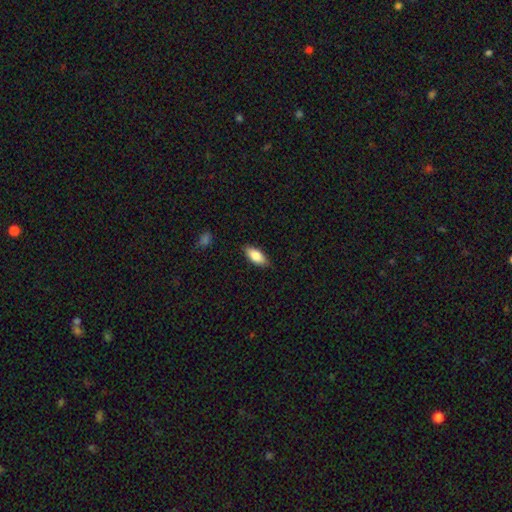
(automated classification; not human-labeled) Morphology: type=smooth (82%); roundness=in between (85%); merging=none (84%).